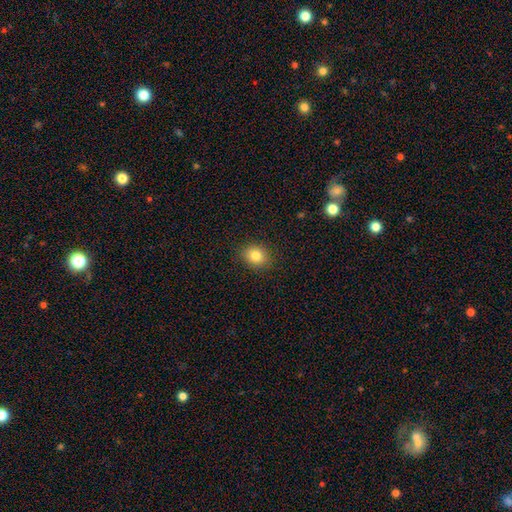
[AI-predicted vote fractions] A smooth galaxy with no disk features (82%) that is round (60%).

Vote fractions:
- Smooth or featured? smooth: 82% / star or artifact: 11% / featured or disk: 8%
- How rounded? round: 60% / in between: 39% / cigar-shaped: 1%
- Merging? none: 88% / minor disturbance: 9% / major disturbance: 2% / merger: 1%